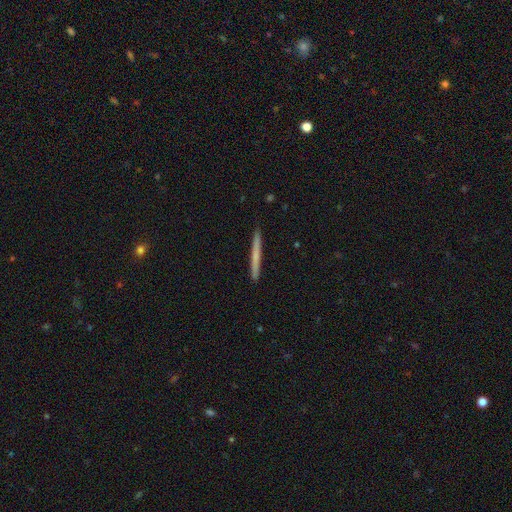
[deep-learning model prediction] Morphology: type=smooth (60%); roundness=cigar-shaped (97%); merging=none (93%).